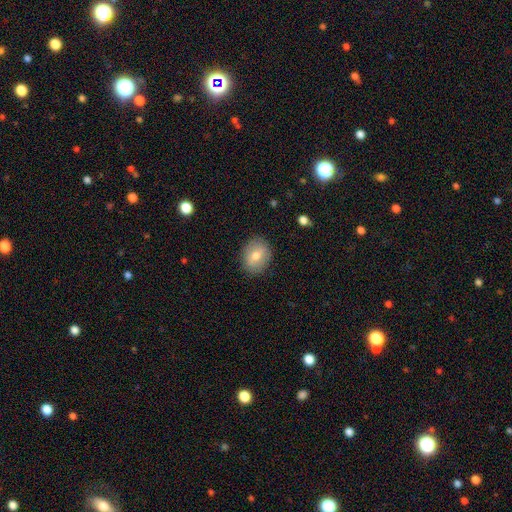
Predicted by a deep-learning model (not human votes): Smooth or featured?
  - smooth: 73% *
  - featured or disk: 19%
  - star or artifact: 9%
How rounded?
  - in between: 53% *
  - round: 46%
  - cigar-shaped: 1%
Merging?
  - none: 87% *
  - minor disturbance: 9%
  - major disturbance: 2%
  - merger: 1%